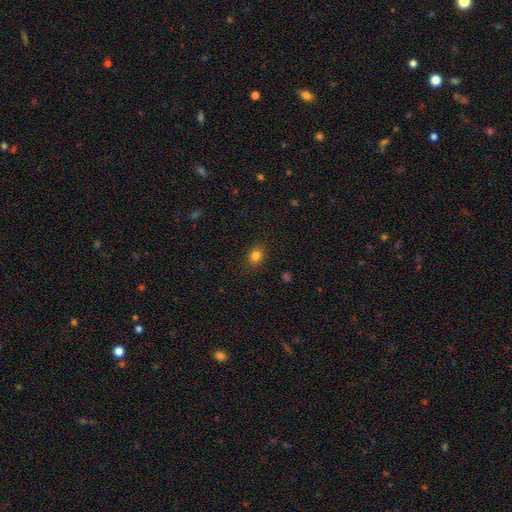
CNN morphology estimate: The model was most divided on "how rounded": in between: 53%, round: 46%, cigar-shaped: 1%. More confident: merging — none (88%); smooth or featured — smooth (82%).